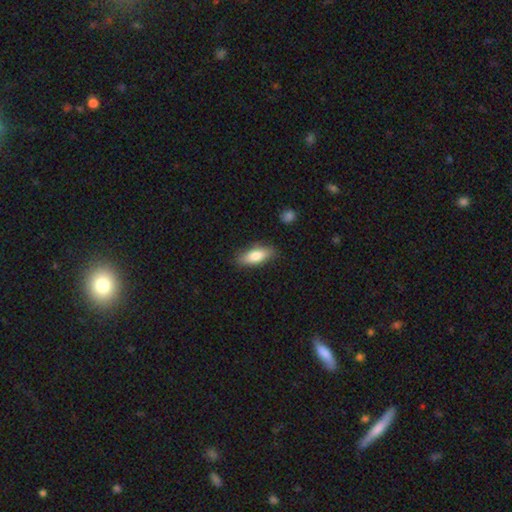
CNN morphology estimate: Smooth or featured? smooth (78%)
How rounded? in between (71%)
Merging? none (83%)